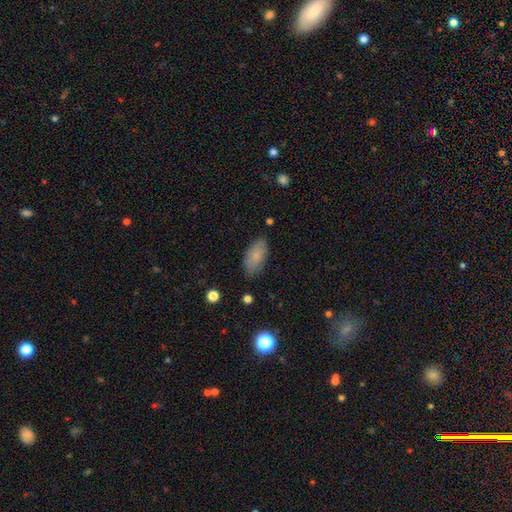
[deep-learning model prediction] Overall: smooth (80%). How rounded: in between (92%). Merging: none (81%).